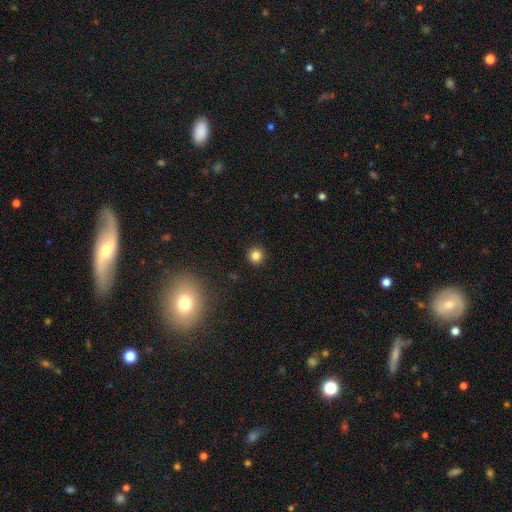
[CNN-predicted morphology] smooth 82%, star or artifact 13%, featured or disk 5%. Down the decision tree: how rounded — round (95%); merging — none (92%).